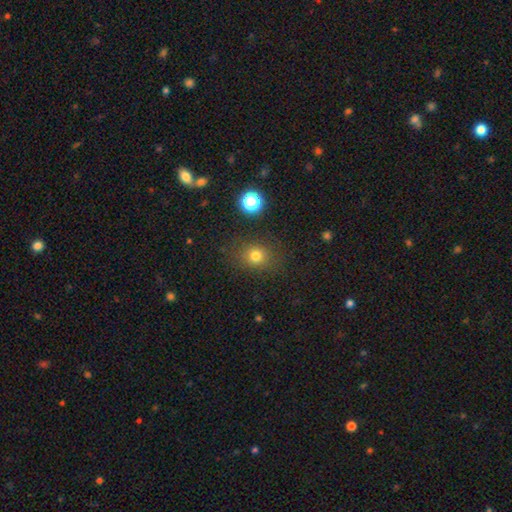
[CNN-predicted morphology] Q: Smooth or featured?
A: smooth (76%); runner-up: star or artifact (17%)
Q: How rounded?
A: round (77%); runner-up: in between (23%)
Q: Merging?
A: none (82%); runner-up: minor disturbance (11%)